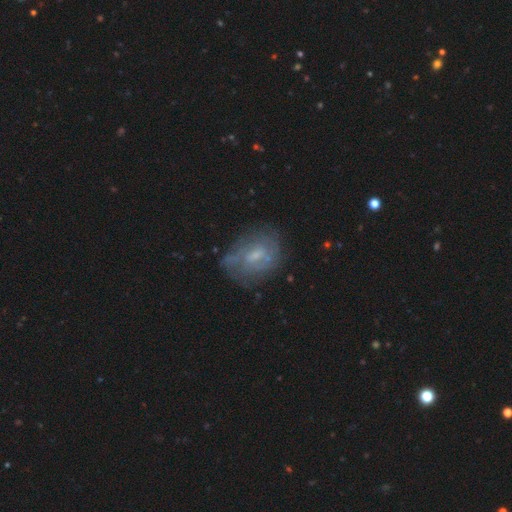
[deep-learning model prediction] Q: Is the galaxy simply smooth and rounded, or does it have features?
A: featured or disk — 54%.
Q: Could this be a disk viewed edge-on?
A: no — 94%.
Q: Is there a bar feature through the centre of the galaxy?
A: weak — 50%.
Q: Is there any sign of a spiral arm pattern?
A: yes — 52%.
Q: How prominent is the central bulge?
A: small — 45%.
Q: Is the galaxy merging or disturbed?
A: none — 61%.